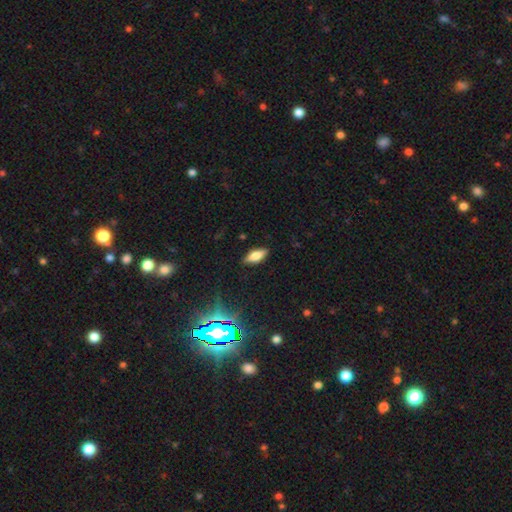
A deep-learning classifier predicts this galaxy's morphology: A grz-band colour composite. It shows a smooth galaxy with no disk features (68%) that is in between round and cigar-shaped (79%). Merging: none (87%).